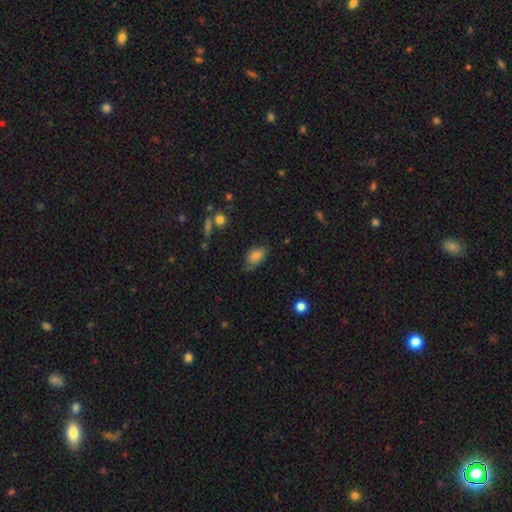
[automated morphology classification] The model was most divided on "merging": none: 54%, minor disturbance: 34%, major disturbance: 10%, merger: 3%. More confident: how rounded — in between (88%); smooth or featured — smooth (75%).